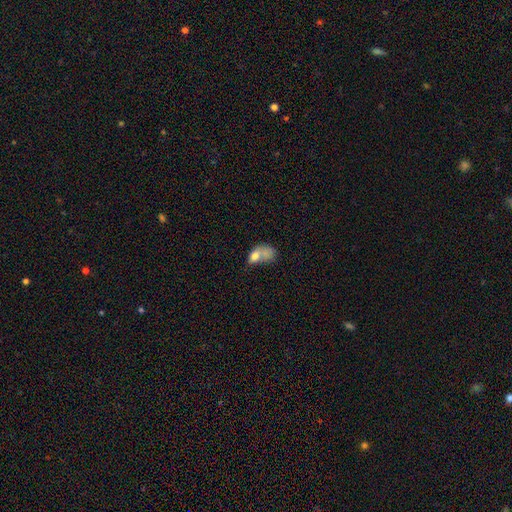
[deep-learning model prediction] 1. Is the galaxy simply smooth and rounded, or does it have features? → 70% smooth, 21% featured or disk, 9% star or artifact.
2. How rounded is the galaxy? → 79% in between, 19% round, 2% cigar-shaped.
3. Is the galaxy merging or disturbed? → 53% merger, 19% major disturbance, 16% none, 12% minor disturbance.